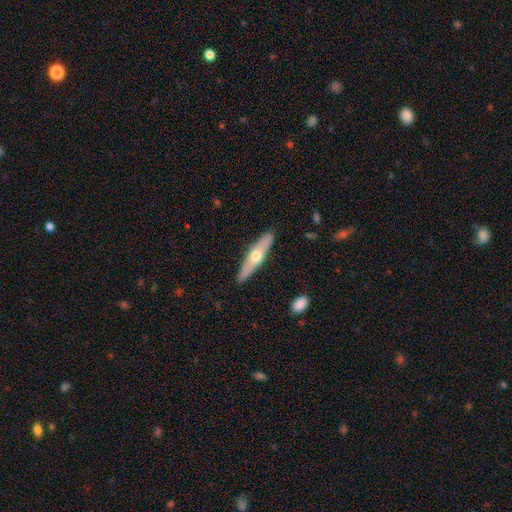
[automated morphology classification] The model was most divided on "smooth or featured": featured or disk: 52%, smooth: 43%, star or artifact: 6%. More confident: merging — none (89%); edge-on disk — yes (85%).